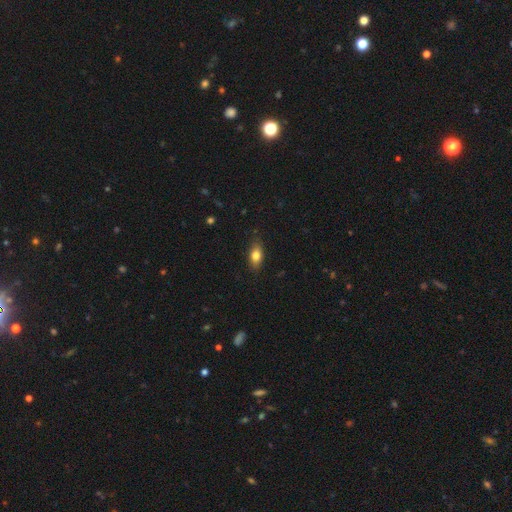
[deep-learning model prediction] The model was most divided on "smooth or featured": smooth: 79%, featured or disk: 13%, star or artifact: 8%. More confident: merging — none (83%); how rounded — in between (83%).